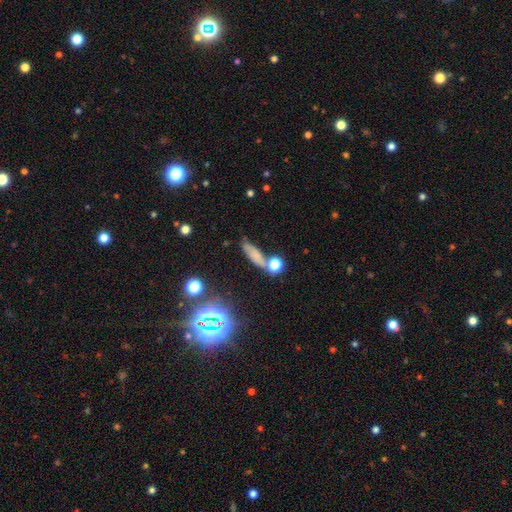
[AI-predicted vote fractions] Q: Smooth or featured?
A: smooth (65%); runner-up: featured or disk (18%)
Q: How rounded?
A: cigar-shaped (59%); runner-up: in between (32%)
Q: Merging?
A: none (61%); runner-up: merger (16%)